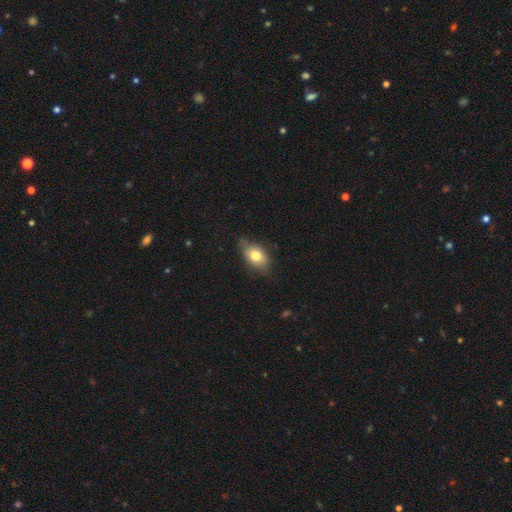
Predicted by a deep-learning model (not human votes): The model was most divided on "merging": none: 67%, minor disturbance: 27%, major disturbance: 5%, merger: 1%. More confident: how rounded — in between (86%); smooth or featured — smooth (73%).